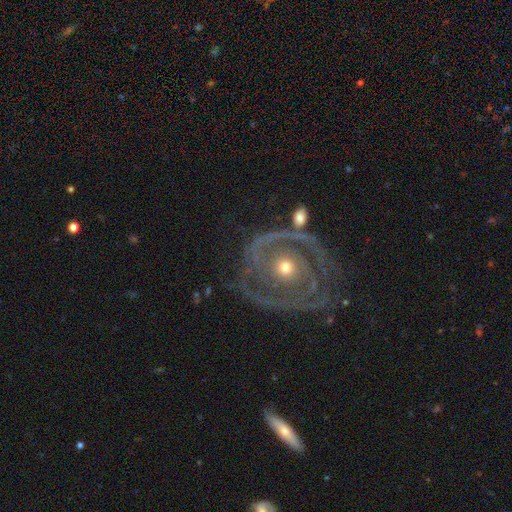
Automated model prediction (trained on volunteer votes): Q: Smooth or featured?
A: featured or disk (85%); runner-up: smooth (9%)
Q: Edge-on disk?
A: no (96%); runner-up: yes (4%)
Q: Bar?
A: no (82%); runner-up: weak (12%)
Q: Spiral arms?
A: yes (83%); runner-up: no (17%)
Q: Spiral winding?
A: tight (69%); runner-up: medium (24%)
Q: Spiral arm count?
A: 2 (39%); runner-up: can't tell (23%)
Q: Bulge size?
A: moderate (52%); runner-up: small (43%)
Q: Merging?
A: none (65%); runner-up: minor disturbance (18%)